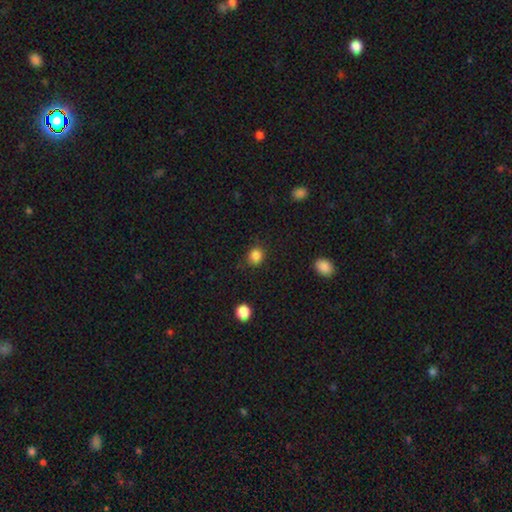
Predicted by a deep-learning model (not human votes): smooth 85%, star or artifact 11%, featured or disk 4%. Down the decision tree: how rounded — round (77%); merging — none (83%).